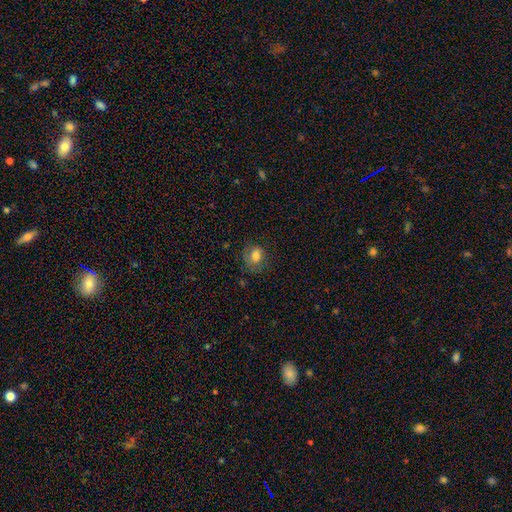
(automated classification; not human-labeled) Smooth or featured?
  - smooth: 75% *
  - featured or disk: 15%
  - star or artifact: 10%
How rounded?
  - round: 52% *
  - in between: 47%
  - cigar-shaped: 1%
Merging?
  - none: 65% *
  - minor disturbance: 22%
  - major disturbance: 11%
  - merger: 2%